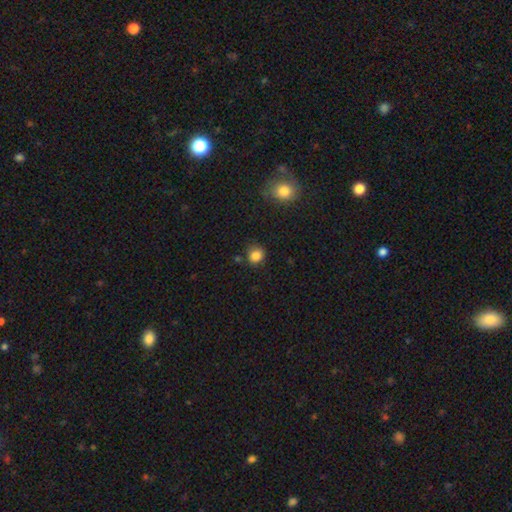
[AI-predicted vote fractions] The model was most divided on "merging": none: 78%, minor disturbance: 15%, merger: 4%, major disturbance: 3%. More confident: how rounded — round (86%); smooth or featured — smooth (84%).